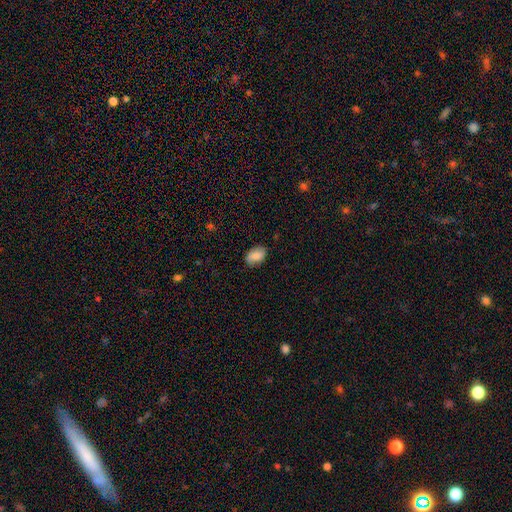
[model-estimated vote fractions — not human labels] Overall: smooth (79%). How rounded: in between (88%). Merging: none (80%).